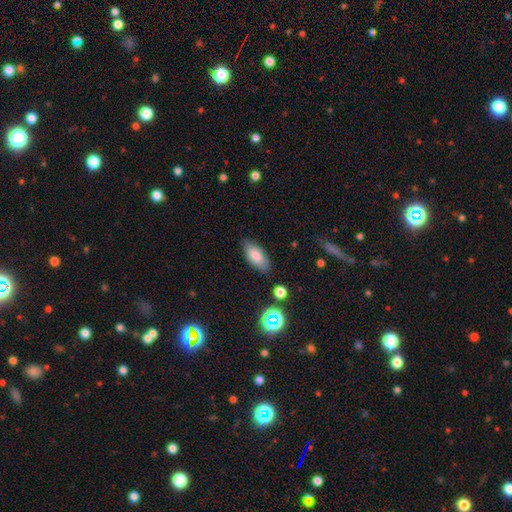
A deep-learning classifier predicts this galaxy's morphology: This is likely a smooth galaxy (79%). How rounded: clearly in between (88%). Merging: likely none (80%).